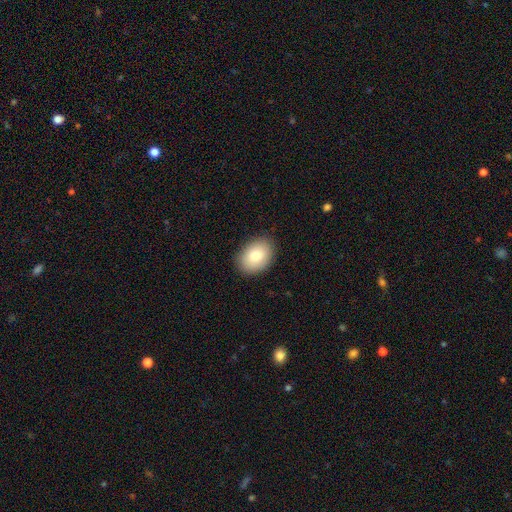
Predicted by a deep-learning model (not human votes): smooth_or_featured: smooth (p=0.82) [alt: featured or disk p=0.11]
how_rounded: in between (p=0.80) [alt: round p=0.19]
merging: none (p=0.87) [alt: minor disturbance p=0.09]